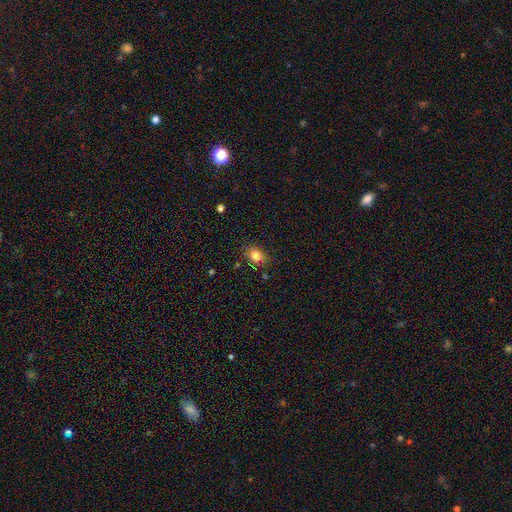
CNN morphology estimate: Smooth or featured? Predicted: smooth (p=0.79). How rounded? Predicted: in between (p=0.55). Merging? Predicted: none (p=0.82).